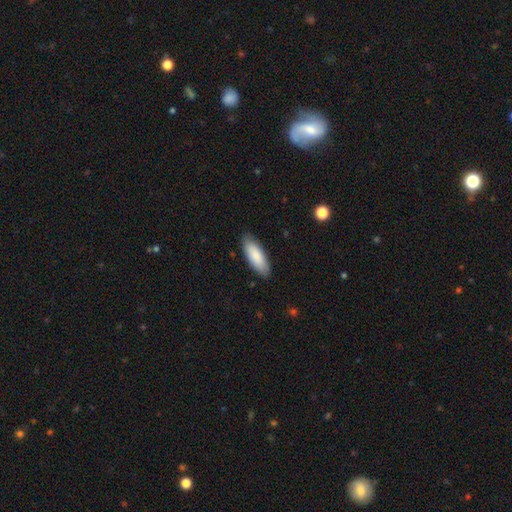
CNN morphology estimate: smooth 86%, featured or disk 9%, star or artifact 5%. Down the decision tree: how rounded — in between (71%); merging — none (87%).